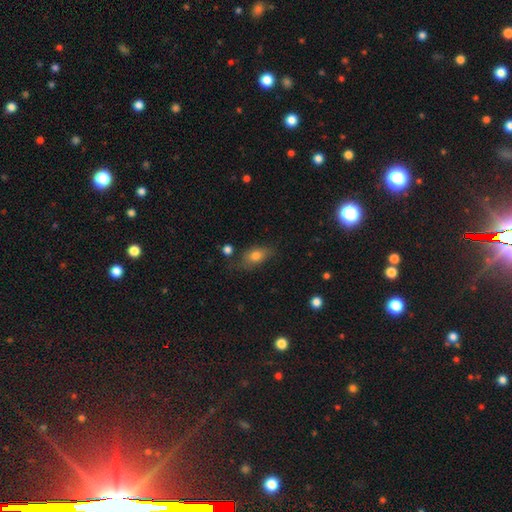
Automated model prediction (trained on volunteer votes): smooth 74%, featured or disk 16%, star or artifact 10%. Down the decision tree: how rounded — in between (81%); merging — none (57%).